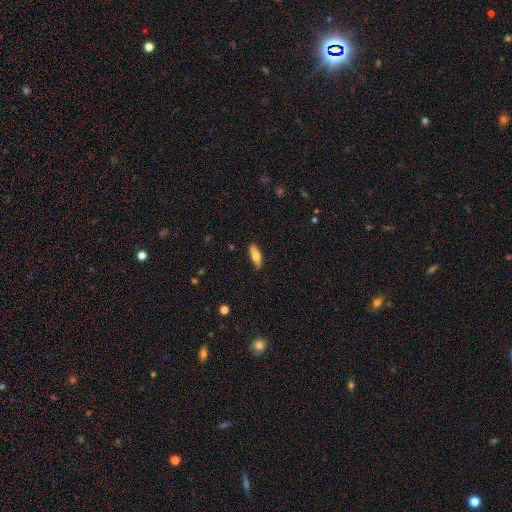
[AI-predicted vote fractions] Overall: smooth (65%; featured or disk 29%). How rounded: in between (56%; cigar-shaped 42%). Merging: none (80%).